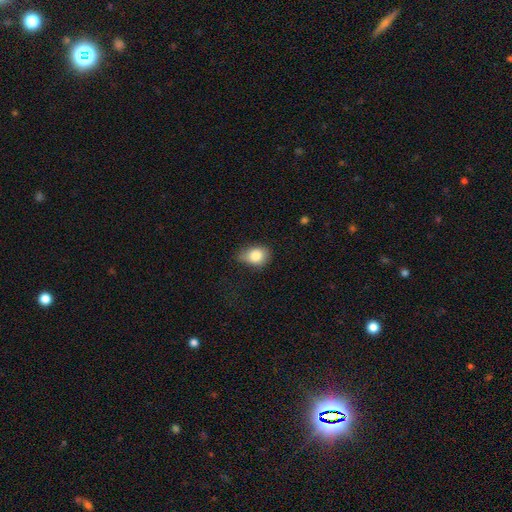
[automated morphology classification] smooth 84%, star or artifact 8%, featured or disk 8%. Down the decision tree: how rounded — in between (62%); merging — none (53%).